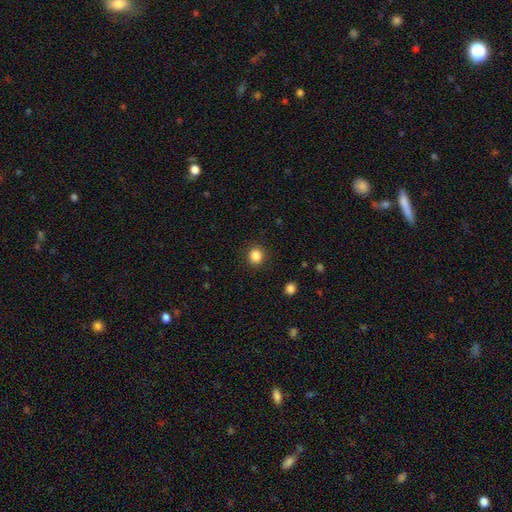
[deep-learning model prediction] smooth_or_featured: smooth (p=0.85) [alt: star or artifact p=0.11]
how_rounded: round (p=0.86) [alt: in between p=0.13]
merging: none (p=0.90) [alt: minor disturbance p=0.07]